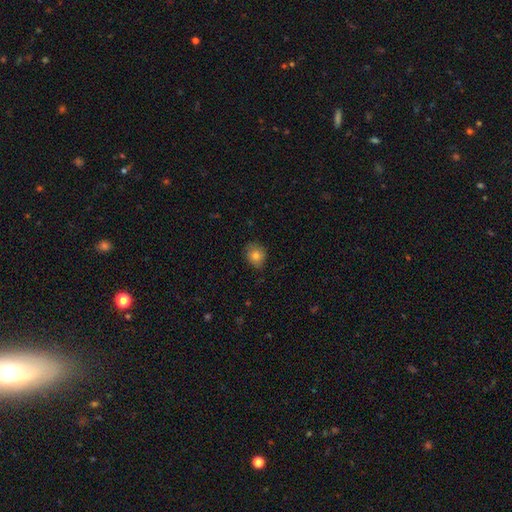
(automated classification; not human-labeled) Q: Smooth or featured?
A: smooth (80%); runner-up: star or artifact (10%)
Q: How rounded?
A: round (63%); runner-up: in between (36%)
Q: Merging?
A: none (78%); runner-up: minor disturbance (18%)